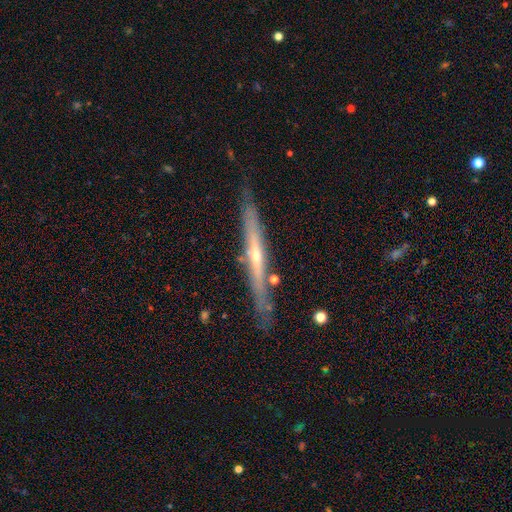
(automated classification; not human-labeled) Morphology: type=featured or disk (76%); edge-on=yes (94%); edge-on bulge=rounded (68%); merging=none (81%).